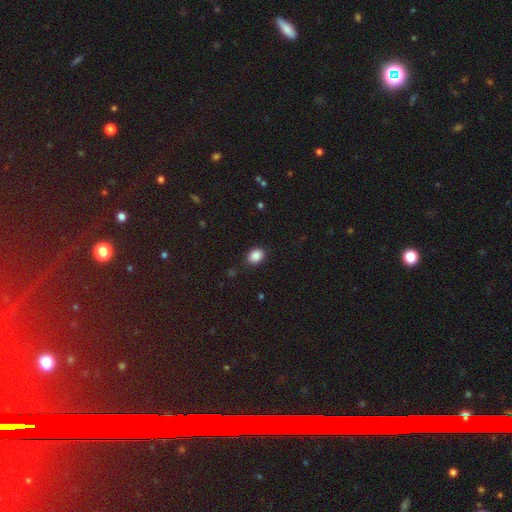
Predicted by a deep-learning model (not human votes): Smooth or featured: smooth — 88% (star or artifact — 9%)
How rounded: in between — 64% (round — 35%)
Merging: none — 88% (minor disturbance — 9%)